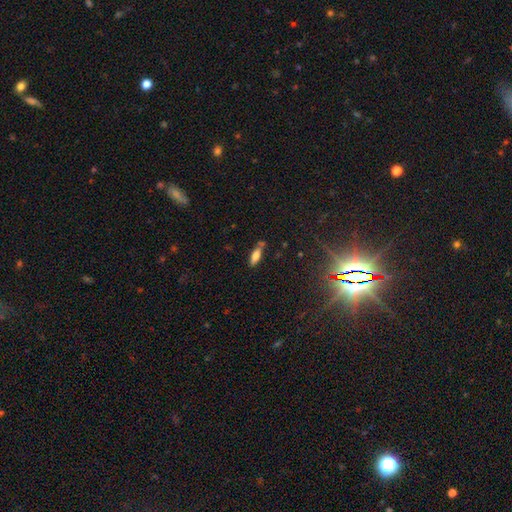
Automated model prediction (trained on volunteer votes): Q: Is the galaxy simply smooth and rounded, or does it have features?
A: smooth — 73%.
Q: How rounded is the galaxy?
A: in between — 67%.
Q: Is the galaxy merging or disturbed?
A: none — 68%.